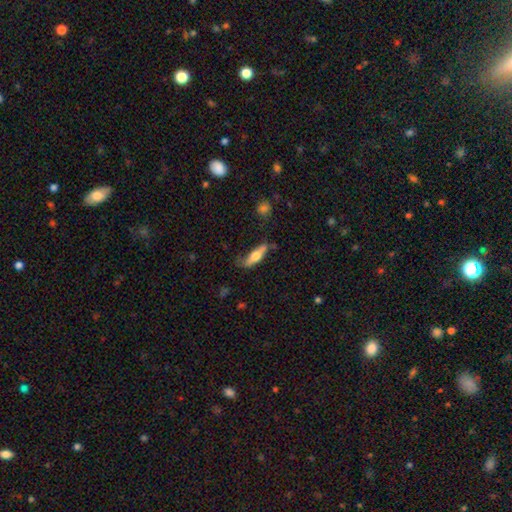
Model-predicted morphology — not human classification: A smooth galaxy with no disk features (52%) that is cigar-shaped (63%). Merging: none (61%).